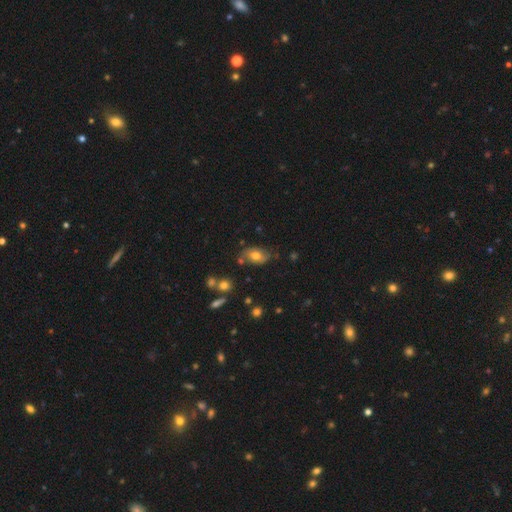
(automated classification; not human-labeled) This is likely a smooth galaxy (66%). How rounded: clearly in between (85%). Merging: likely none (71%).